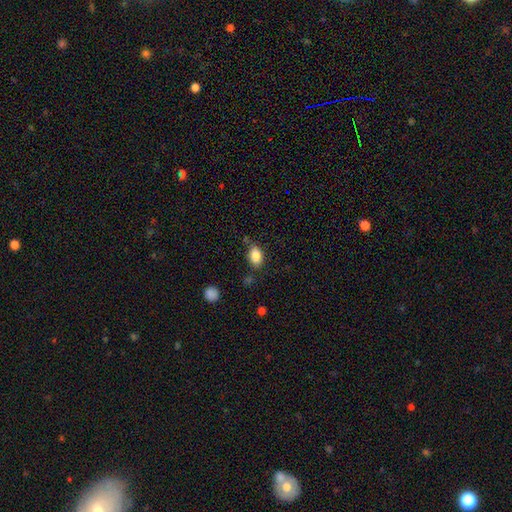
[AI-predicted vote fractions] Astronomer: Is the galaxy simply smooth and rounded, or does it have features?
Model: smooth — 85%.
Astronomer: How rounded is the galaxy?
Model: in between — 86%.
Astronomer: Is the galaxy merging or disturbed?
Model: none — 73%.